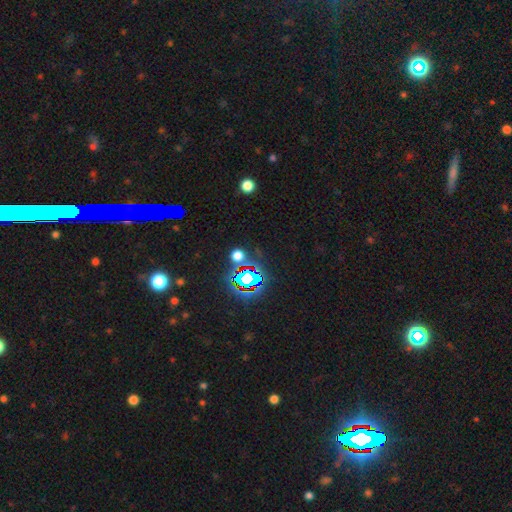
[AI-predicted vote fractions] The model was most divided on "smooth or featured": star or artifact: 76%, smooth: 13%, featured or disk: 11%.